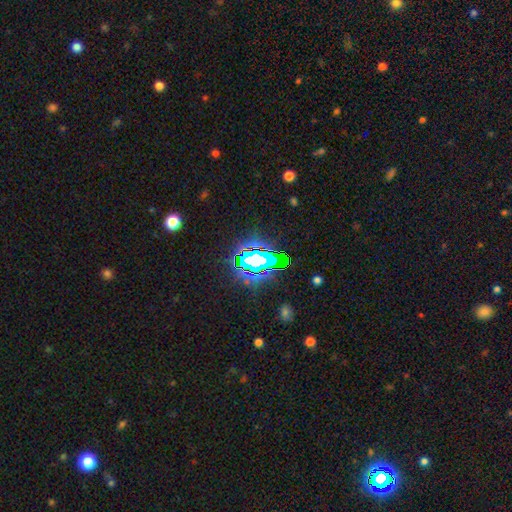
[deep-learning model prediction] Morphology: type=star or artifact (65%).